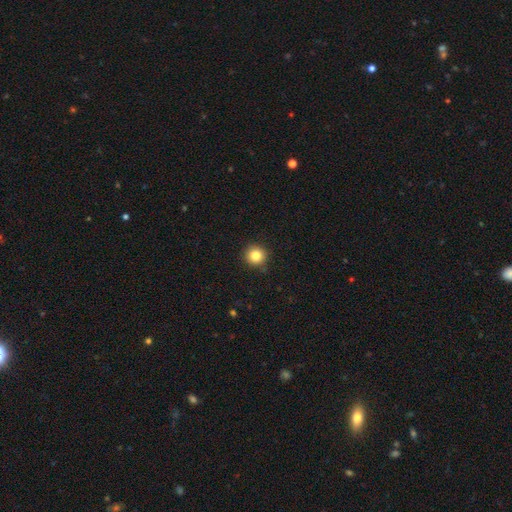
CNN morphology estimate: smooth-or-featured: smooth: 84% | star or artifact: 10% | featured or disk: 6%
  how-rounded: round: 94% | in between: 5% | cigar-shaped: 1%
  merging: none: 90% | minor disturbance: 7% | major disturbance: 2% | merger: 1%